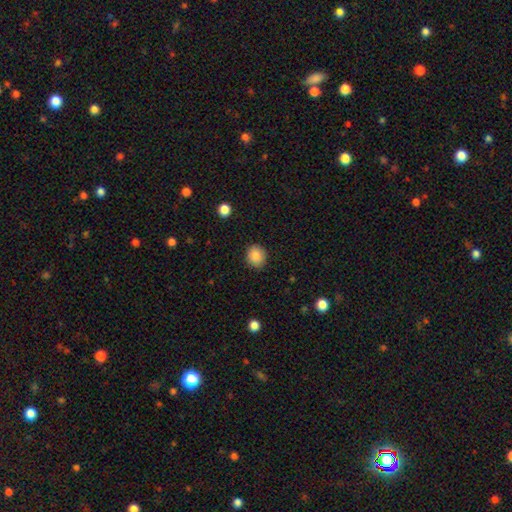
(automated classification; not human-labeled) smooth 87%, star or artifact 9%, featured or disk 4%. Down the decision tree: how rounded — round (74%); merging — none (89%).